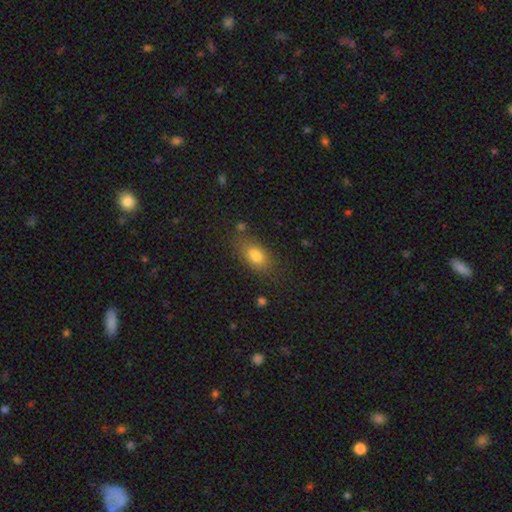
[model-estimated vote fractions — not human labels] A smooth galaxy with no disk features (79%) that is in between round and cigar-shaped (85%). Merging: none (72%).